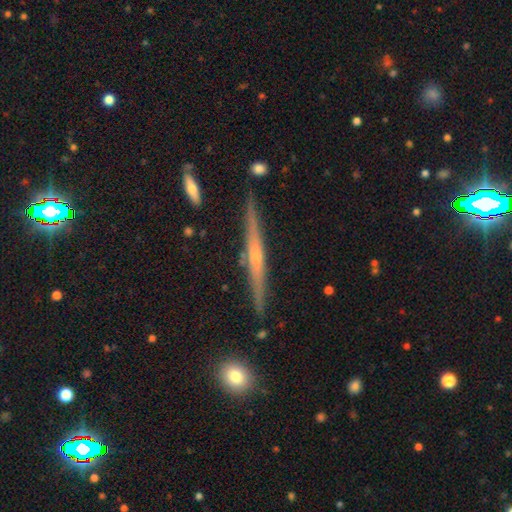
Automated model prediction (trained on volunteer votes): Smooth or featured: featured or disk — 78% (smooth — 15%)
Edge-on disk: yes — 98% (no — 2%)
Edge-on bulge: rounded — 69% (none — 25%)
Merging: none — 88% (minor disturbance — 8%)